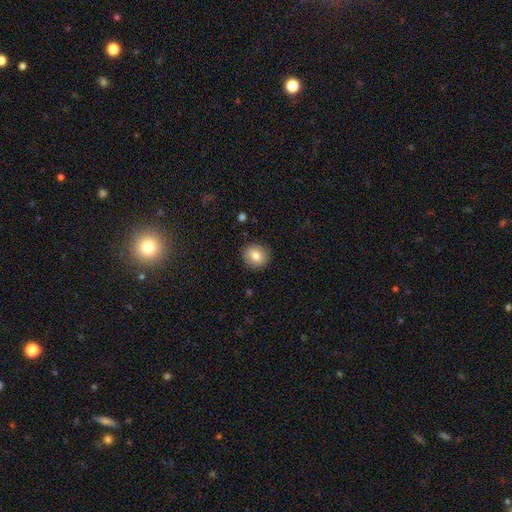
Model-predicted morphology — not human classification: smooth_or_featured: smooth (p=0.82) [alt: featured or disk p=0.10]
how_rounded: round (p=0.85) [alt: in between p=0.14]
merging: none (p=0.90) [alt: minor disturbance p=0.07]